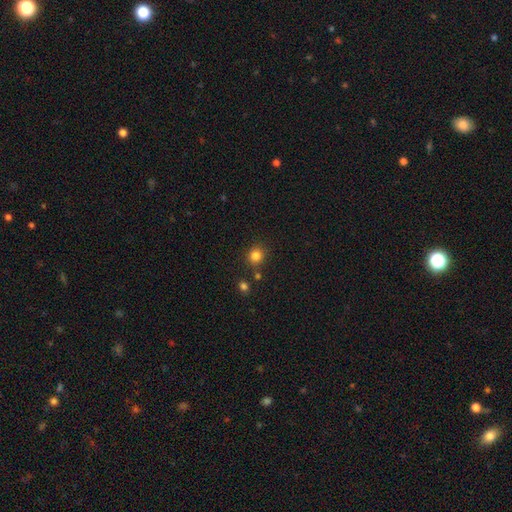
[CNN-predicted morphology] smooth_or_featured: smooth (p=0.83) [alt: star or artifact p=0.12]
how_rounded: round (p=0.88) [alt: in between p=0.11]
merging: none (p=0.83) [alt: minor disturbance p=0.08]